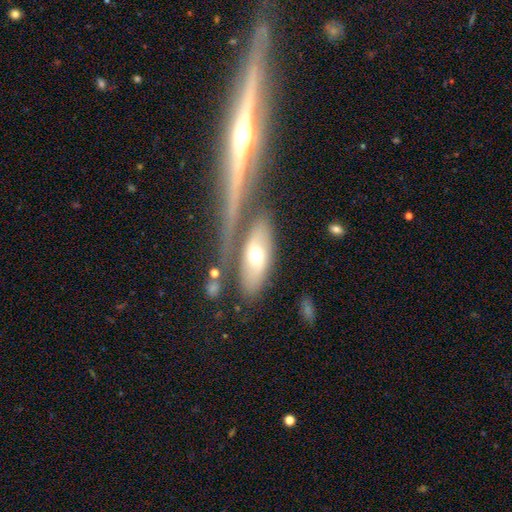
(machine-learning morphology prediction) smooth_or_featured: smooth (p=0.54) [alt: featured or disk p=0.40]
how_rounded: in between (p=0.80) [alt: cigar-shaped p=0.15]
merging: none (p=0.50) [alt: merger p=0.21]